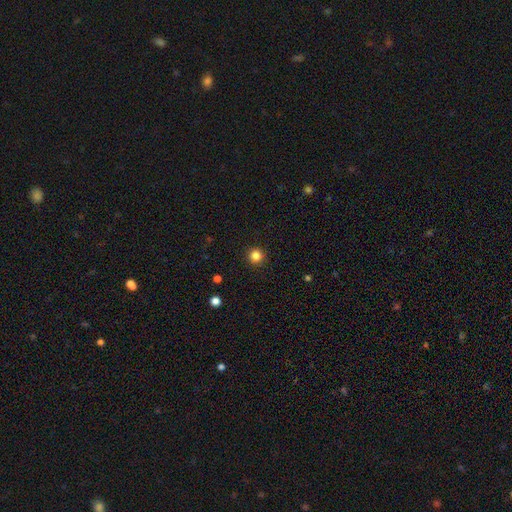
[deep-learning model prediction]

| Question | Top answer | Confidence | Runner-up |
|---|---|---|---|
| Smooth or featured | smooth | 84% | star or artifact (12%) |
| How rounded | round | 96% | in between (3%) |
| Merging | none | 93% | minor disturbance (5%) |